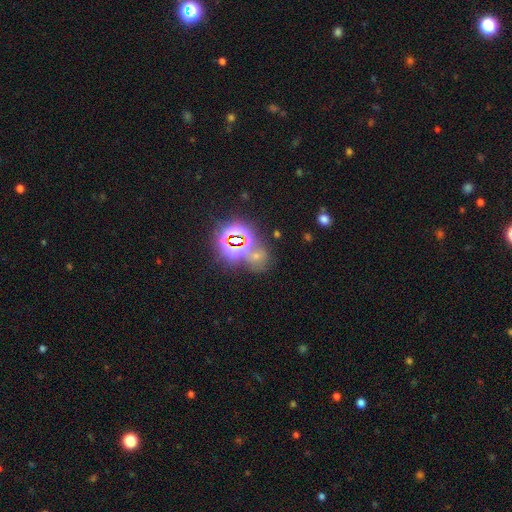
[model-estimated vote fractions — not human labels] Smooth or featured? star or artifact (58%)